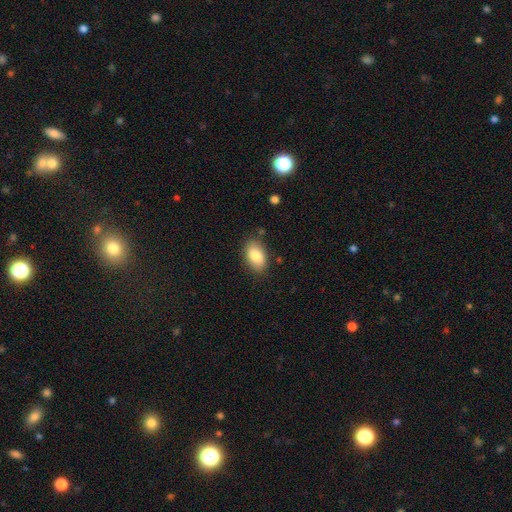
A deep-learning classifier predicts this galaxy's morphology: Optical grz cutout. It shows a smooth galaxy with no disk features (84%) that is in between round and cigar-shaped (92%). Merging: none (82%).